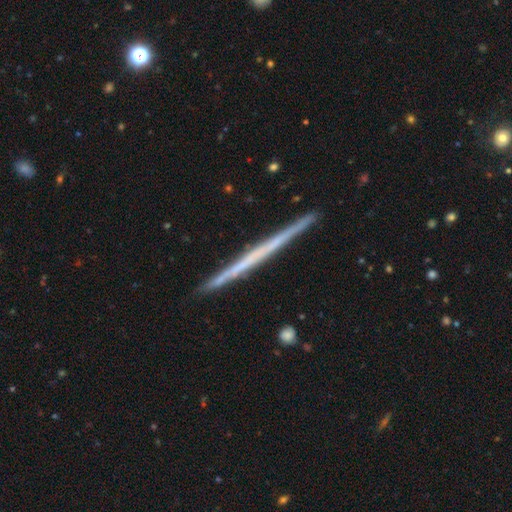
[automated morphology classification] featured or disk 63%, smooth 31%, star or artifact 6%. Down the decision tree: edge-on disk — yes (98%); edge-on bulge — none (92%); merging — none (92%).